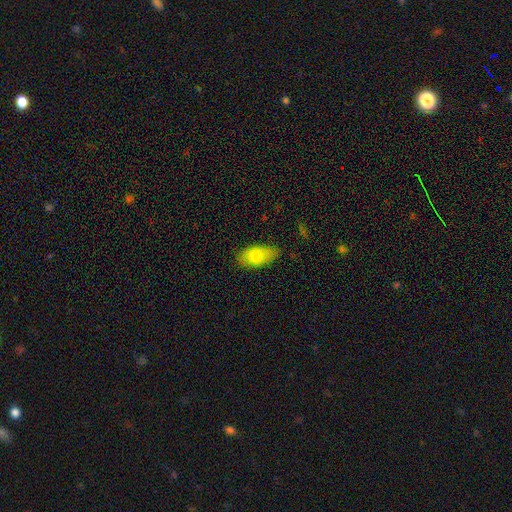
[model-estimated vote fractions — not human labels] This appears to be a smooth galaxy with no disk features (81%) that is in between round and cigar-shaped (90%). Merging: none (74%).